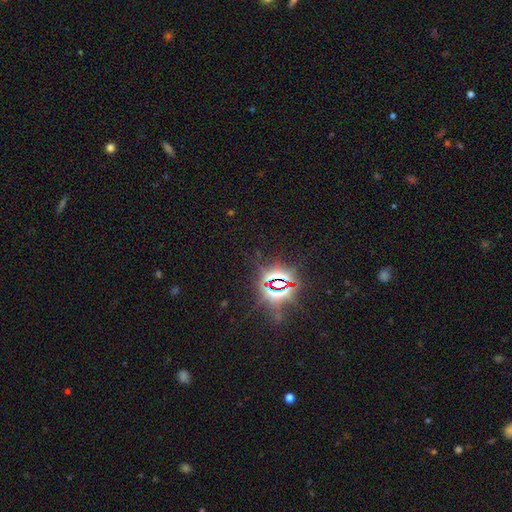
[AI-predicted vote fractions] A star or artifact, not a galaxy (85%).